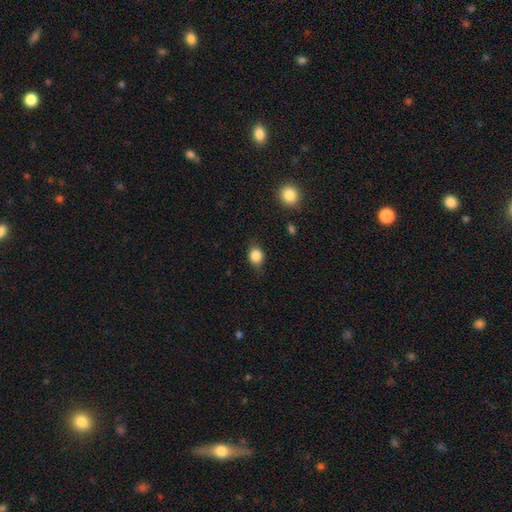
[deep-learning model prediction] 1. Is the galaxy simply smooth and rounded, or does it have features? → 83% smooth, 9% star or artifact, 7% featured or disk.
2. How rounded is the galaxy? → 58% round, 41% in between, 1% cigar-shaped.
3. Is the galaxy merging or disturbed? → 74% none, 20% minor disturbance, 5% major disturbance, 2% merger.